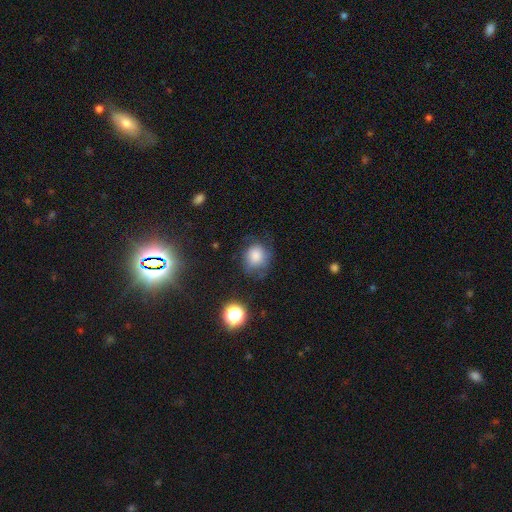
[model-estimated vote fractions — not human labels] smooth-or-featured: smooth: 72% | featured or disk: 16% | star or artifact: 11%
  how-rounded: round: 74% | in between: 25% | cigar-shaped: 1%
  merging: none: 57% | minor disturbance: 26% | major disturbance: 15% | merger: 2%